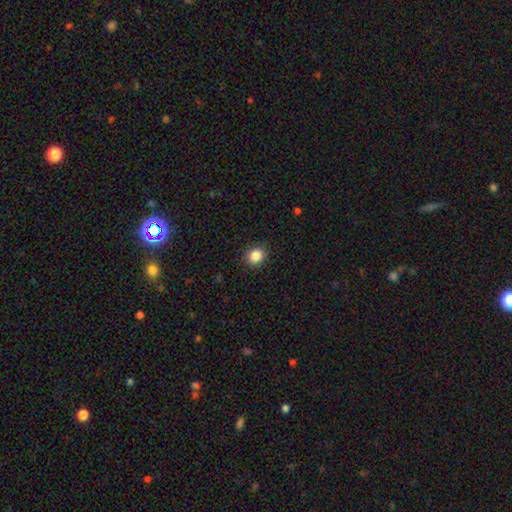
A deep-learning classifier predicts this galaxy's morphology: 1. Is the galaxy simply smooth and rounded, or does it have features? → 86% smooth, 10% star or artifact, 4% featured or disk.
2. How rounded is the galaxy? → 71% round, 28% in between, 1% cigar-shaped.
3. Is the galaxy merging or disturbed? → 90% none, 7% minor disturbance, 2% major disturbance, 1% merger.